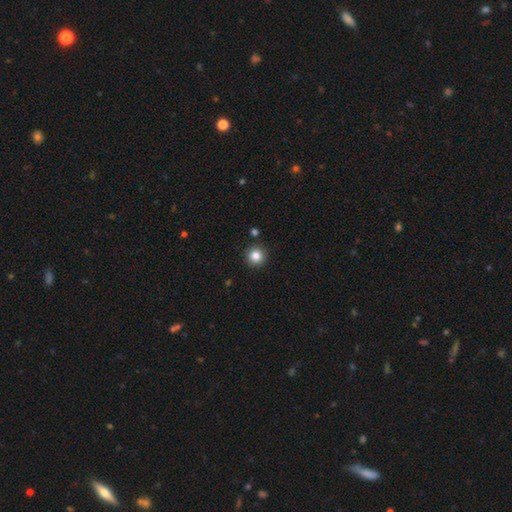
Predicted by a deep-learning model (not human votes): Smooth or featured?
  - smooth: 84% *
  - star or artifact: 11%
  - featured or disk: 6%
How rounded?
  - round: 96% *
  - in between: 3%
  - cigar-shaped: 1%
Merging?
  - none: 91% *
  - minor disturbance: 5%
  - merger: 2%
  - major disturbance: 2%